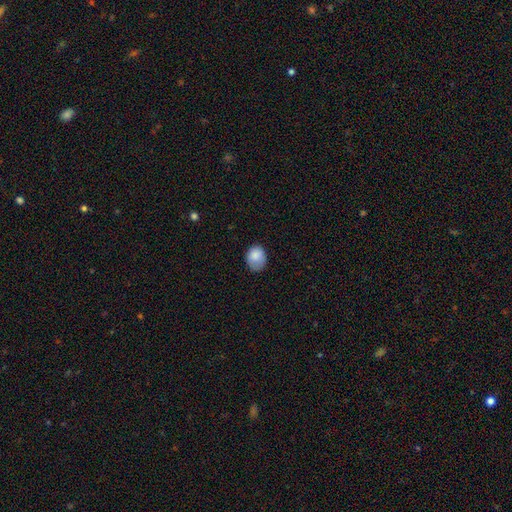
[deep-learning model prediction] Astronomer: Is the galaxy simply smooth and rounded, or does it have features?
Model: smooth — 84%.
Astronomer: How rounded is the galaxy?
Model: in between — 52% (runner-up: round, 47%).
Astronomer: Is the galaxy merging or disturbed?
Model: none — 58%.